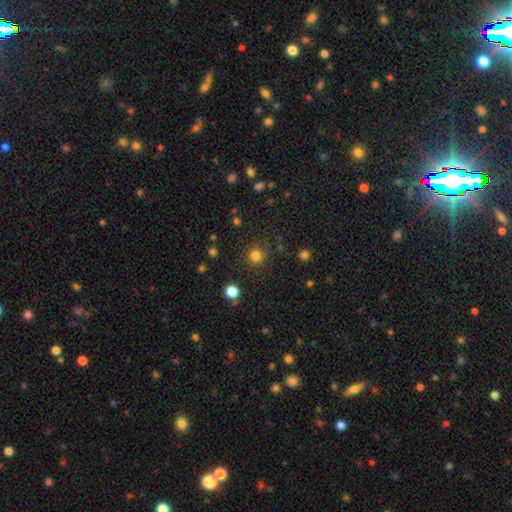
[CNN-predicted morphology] Smooth or featured? Predicted: smooth (p=0.80). How rounded? Predicted: round (p=0.94). Merging? Predicted: none (p=0.88).